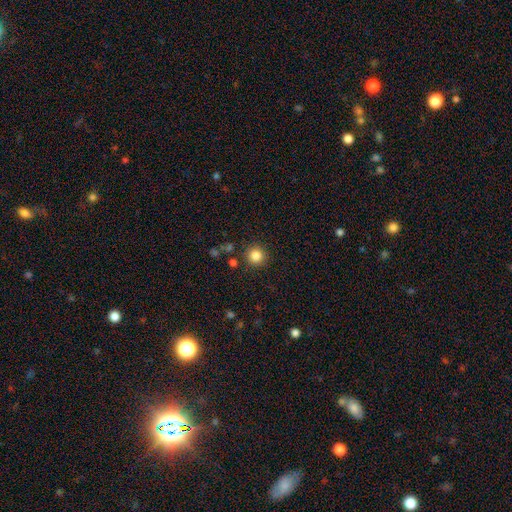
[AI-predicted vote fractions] smooth_or_featured: smooth (p=0.84) [alt: star or artifact p=0.11]
how_rounded: round (p=0.94) [alt: in between p=0.05]
merging: none (p=0.88) [alt: minor disturbance p=0.07]